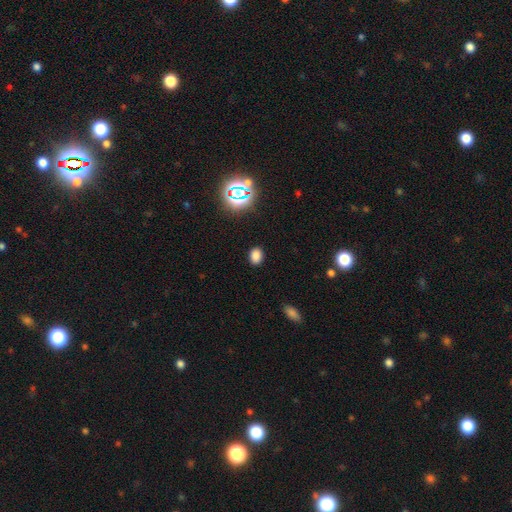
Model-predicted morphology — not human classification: Smooth or featured? Predicted: smooth (p=0.78). How rounded? Predicted: in between (p=0.66). Merging? Predicted: none (p=0.88).